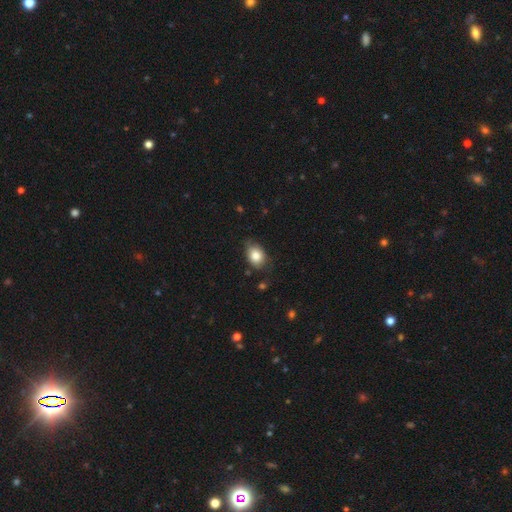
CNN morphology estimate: This is clearly a smooth galaxy (83%). How rounded: likely in between (68%). Merging: likely none (67%).